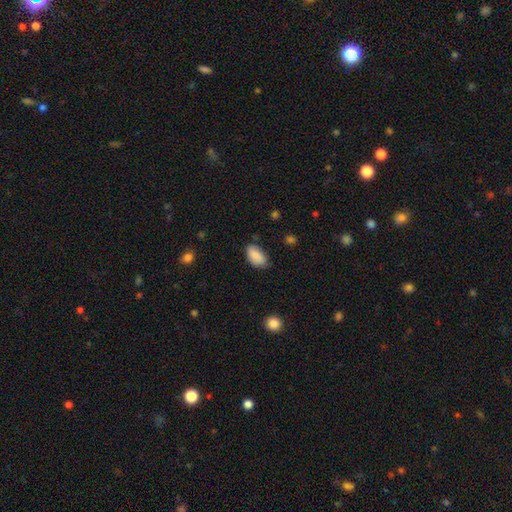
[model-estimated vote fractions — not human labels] Morphology: type=smooth (86%); roundness=in between (93%); merging=none (68%).